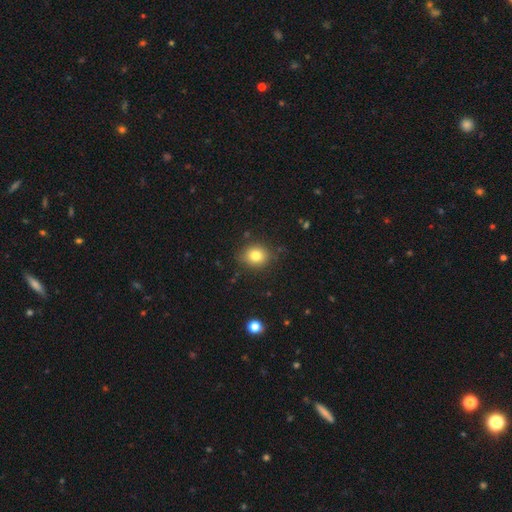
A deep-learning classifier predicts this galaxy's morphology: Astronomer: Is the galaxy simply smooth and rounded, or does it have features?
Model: smooth — 80%.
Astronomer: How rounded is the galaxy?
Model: round — 64%.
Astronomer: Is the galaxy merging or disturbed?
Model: none — 84%.